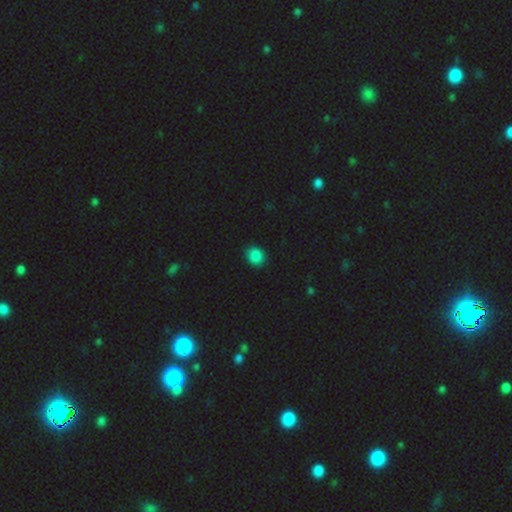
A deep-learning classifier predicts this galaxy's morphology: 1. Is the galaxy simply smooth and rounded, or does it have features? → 85% smooth, 12% star or artifact, 3% featured or disk.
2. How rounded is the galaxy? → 69% round, 30% in between, 1% cigar-shaped.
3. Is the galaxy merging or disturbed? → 89% none, 8% minor disturbance, 2% major disturbance, 1% merger.